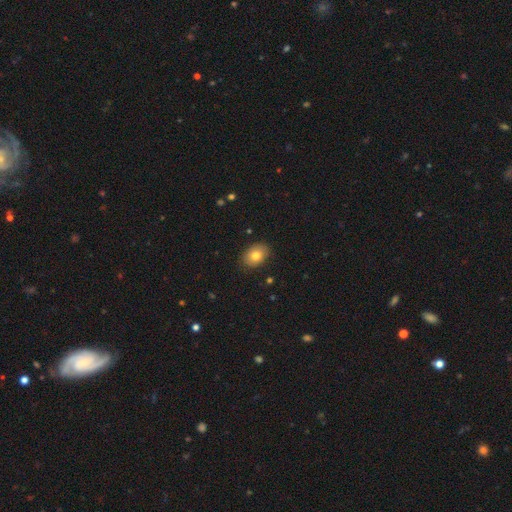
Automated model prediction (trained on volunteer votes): This is likely a smooth galaxy (79%). How rounded: likely in between (77%). Merging: clearly none (86%).